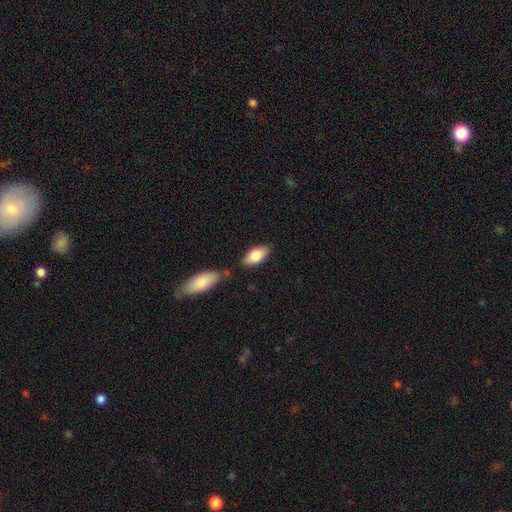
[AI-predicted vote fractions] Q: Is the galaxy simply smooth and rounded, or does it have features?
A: smooth — 77%.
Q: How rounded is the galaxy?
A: in between — 89%.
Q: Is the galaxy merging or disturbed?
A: none — 75%.